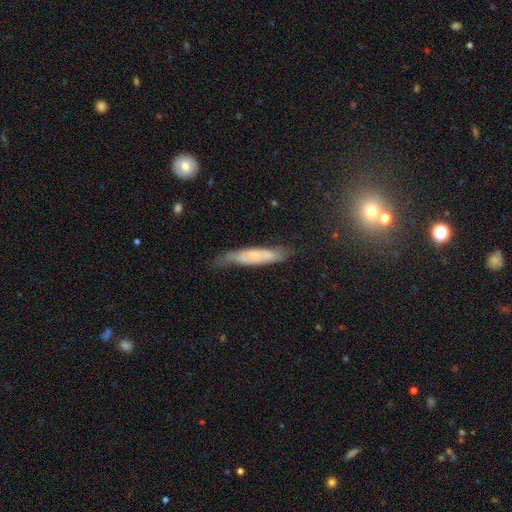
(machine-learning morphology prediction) This appears to be a smooth galaxy with no disk features (47%). Merging: none (56%).